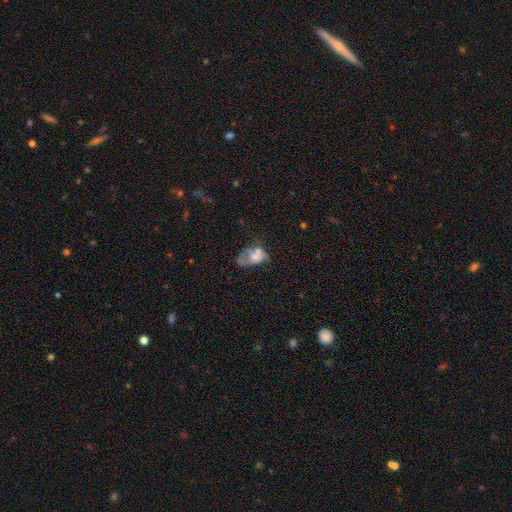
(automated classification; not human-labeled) This is possibly a smooth galaxy (46%). Merging: marginally major disturbance (29%).